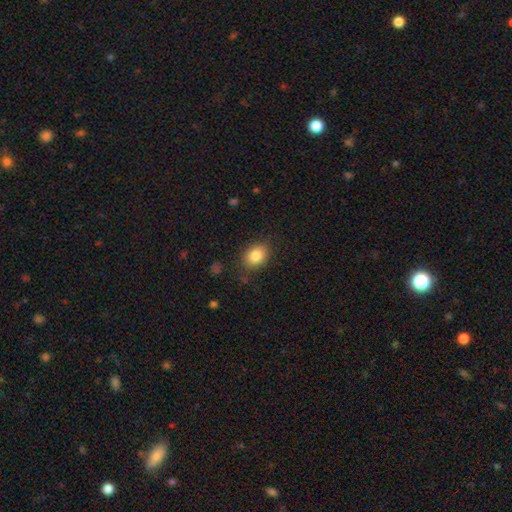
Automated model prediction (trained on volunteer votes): This appears to be a smooth galaxy with no disk features (84%) that is in between round and cigar-shaped (66%). Merging: none (82%).